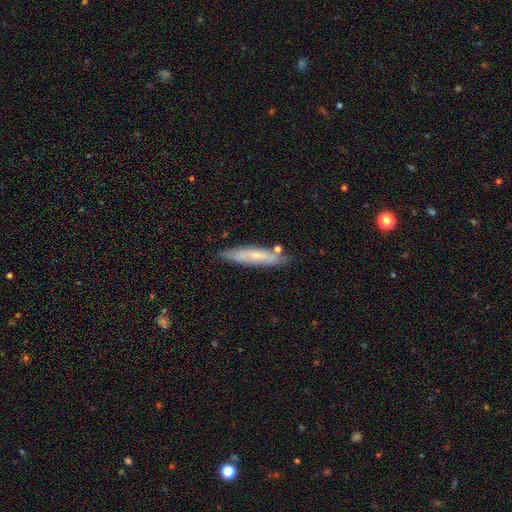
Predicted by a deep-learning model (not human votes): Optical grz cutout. It shows a smooth galaxy with no disk features (56%) that is cigar-shaped (83%). Merging: none (75%).